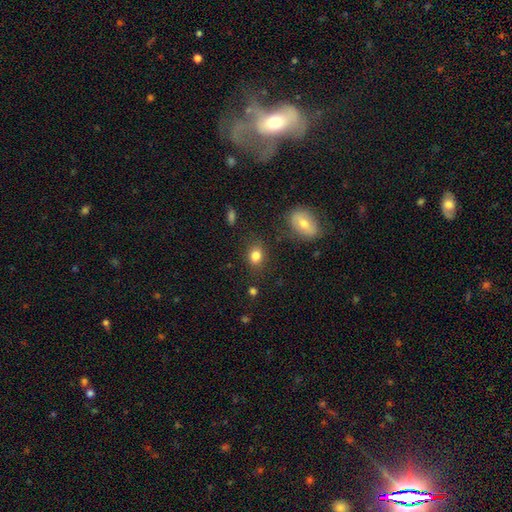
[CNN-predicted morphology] A smooth galaxy with no disk features (82%) that is in between round and cigar-shaped (61%). Merging: none (80%).